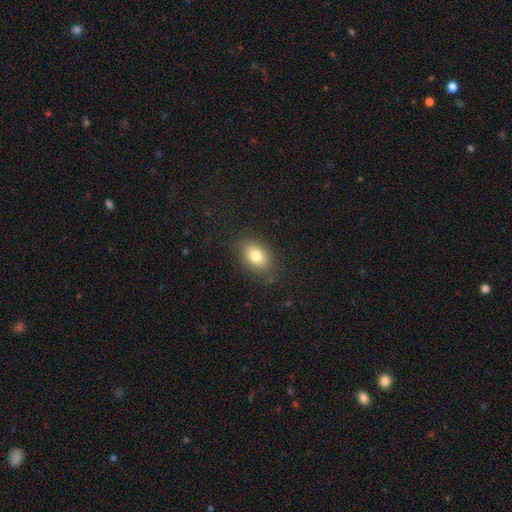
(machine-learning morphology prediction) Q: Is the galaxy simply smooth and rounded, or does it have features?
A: smooth — 79%.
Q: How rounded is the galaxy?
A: in between — 79%.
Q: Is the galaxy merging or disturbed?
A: none — 83%.